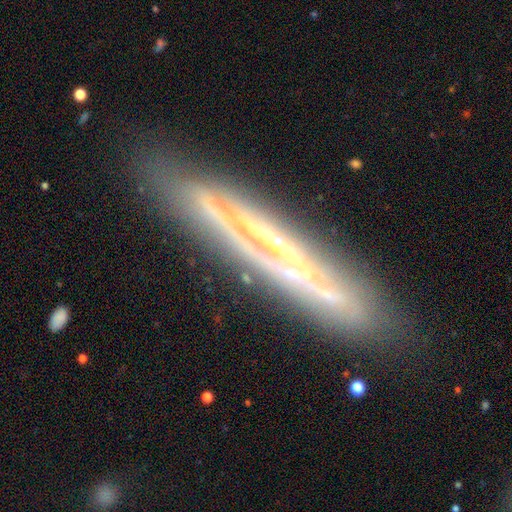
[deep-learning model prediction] The model was most divided on "edge-on disk": yes: 79%, no: 21%. More confident: merging — none (80%); smooth or featured — featured or disk (75%); edge-on bulge — none (74%).